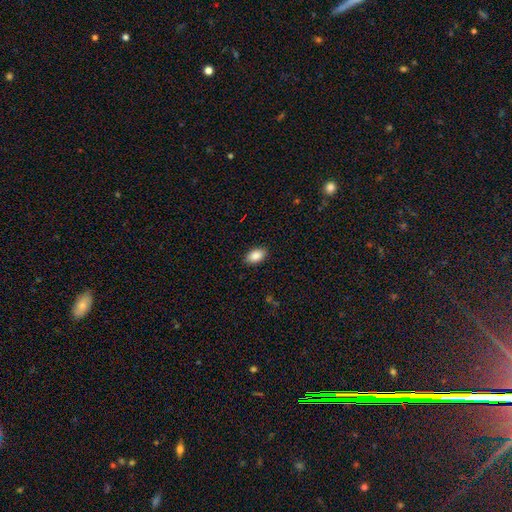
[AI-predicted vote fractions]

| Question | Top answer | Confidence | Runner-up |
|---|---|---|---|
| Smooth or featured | smooth | 89% | star or artifact (7%) |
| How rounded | in between | 93% | round (6%) |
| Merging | none | 89% | minor disturbance (8%) |